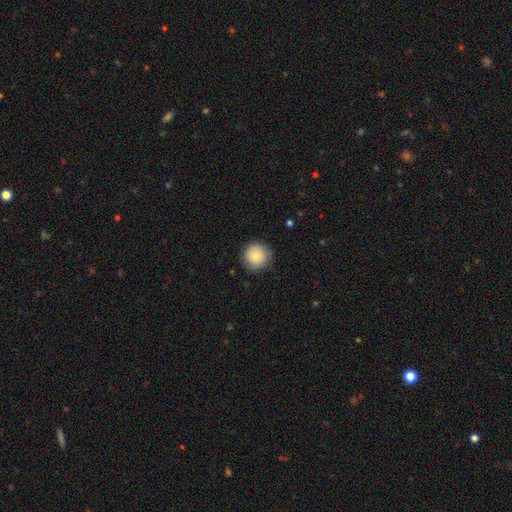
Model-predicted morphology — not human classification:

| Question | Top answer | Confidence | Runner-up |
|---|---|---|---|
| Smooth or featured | smooth | 75% | featured or disk (17%) |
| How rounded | round | 95% | in between (4%) |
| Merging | none | 83% | minor disturbance (13%) |